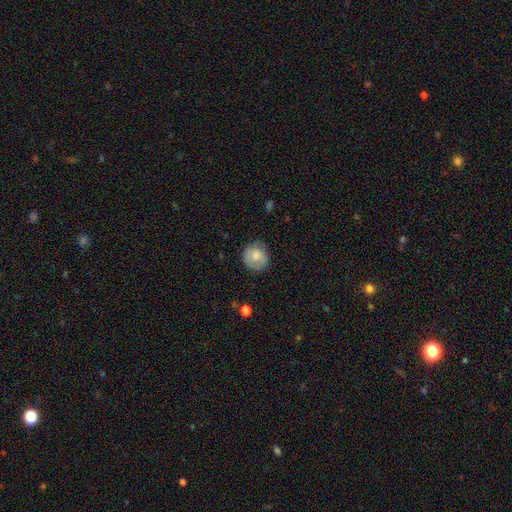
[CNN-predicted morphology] type=smooth (70%); roundness=round (87%); merging=none (70%).